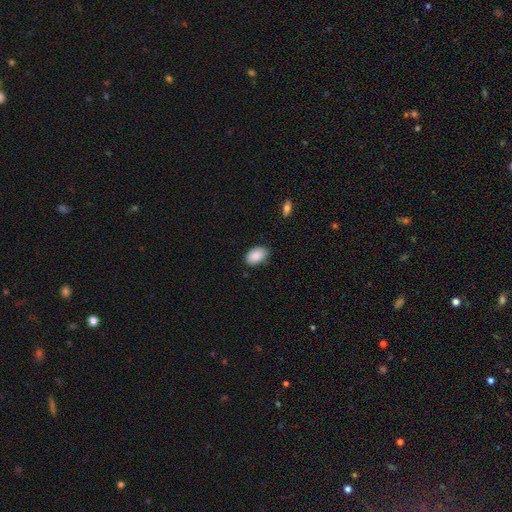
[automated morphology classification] Smooth or featured: smooth — 89% (star or artifact — 7%)
How rounded: in between — 91% (round — 8%)
Merging: none — 77% (minor disturbance — 18%)